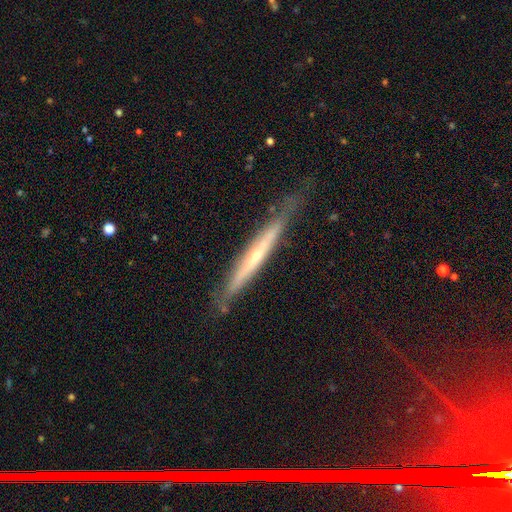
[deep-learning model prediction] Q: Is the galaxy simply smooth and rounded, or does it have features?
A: featured or disk — 69%.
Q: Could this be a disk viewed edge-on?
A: yes — 91%.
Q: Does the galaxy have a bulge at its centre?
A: rounded — 54%.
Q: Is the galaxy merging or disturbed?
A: none — 75%.